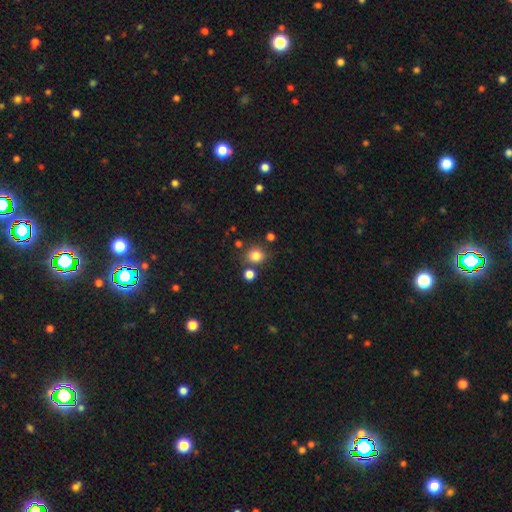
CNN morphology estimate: smooth_or_featured: smooth (p=0.81) [alt: star or artifact p=0.13]
how_rounded: round (p=0.81) [alt: in between p=0.18]
merging: none (p=0.77) [alt: merger p=0.10]